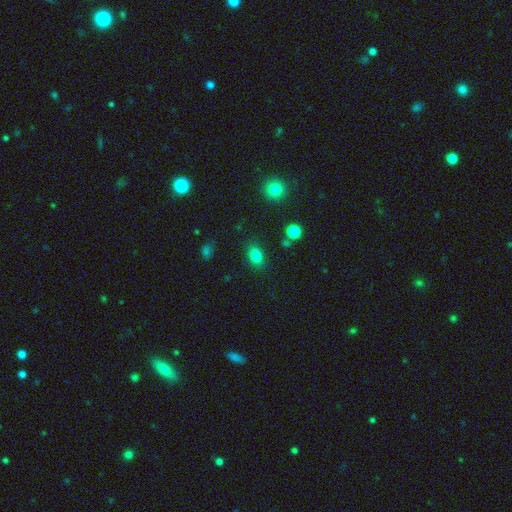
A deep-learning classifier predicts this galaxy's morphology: Smooth or featured?
  - smooth: 83% *
  - star or artifact: 12%
  - featured or disk: 6%
How rounded?
  - in between: 76% *
  - round: 23%
  - cigar-shaped: 1%
Merging?
  - none: 83% *
  - minor disturbance: 11%
  - major disturbance: 4%
  - merger: 2%